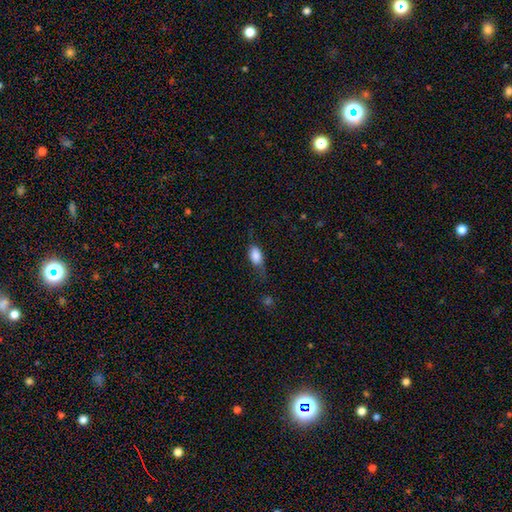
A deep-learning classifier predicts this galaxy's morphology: The model was most divided on "merging": none: 43%, minor disturbance: 33%, major disturbance: 21%, merger: 3%. More confident: how rounded — in between (87%); smooth or featured — smooth (79%).